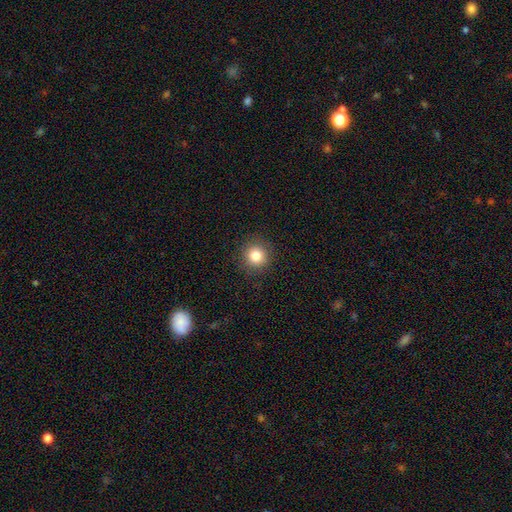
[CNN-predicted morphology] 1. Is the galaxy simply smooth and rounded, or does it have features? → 84% smooth, 11% star or artifact, 6% featured or disk.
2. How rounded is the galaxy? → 93% round, 6% in between, 1% cigar-shaped.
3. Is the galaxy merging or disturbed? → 91% none, 6% minor disturbance, 2% major disturbance, 1% merger.